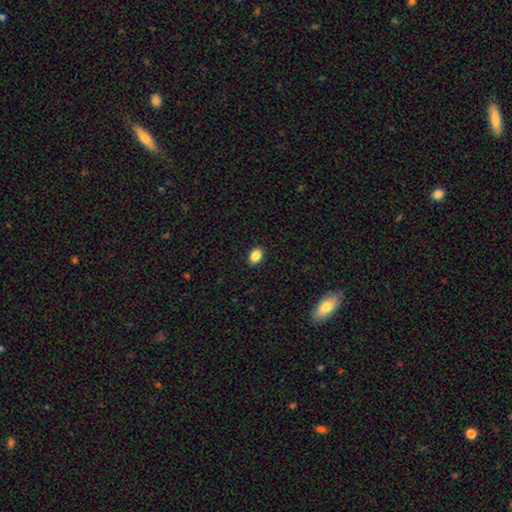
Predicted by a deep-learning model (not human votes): A smooth galaxy with no disk features (87%) that is in between round and cigar-shaped (82%).

Vote fractions:
- Smooth or featured? smooth: 87% / star or artifact: 9% / featured or disk: 4%
- How rounded? in between: 82% / round: 17% / cigar-shaped: 1%
- Merging? none: 90% / minor disturbance: 7% / major disturbance: 2% / merger: 1%